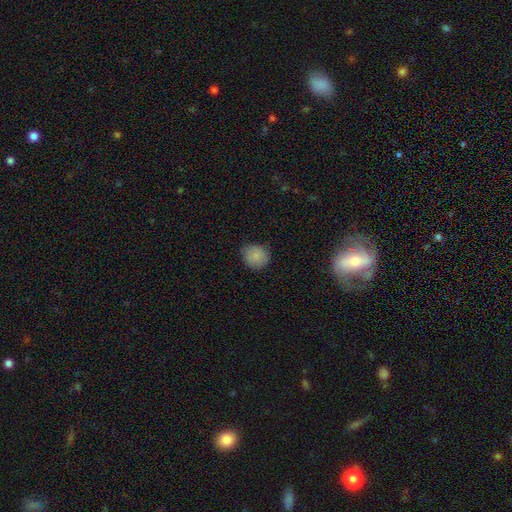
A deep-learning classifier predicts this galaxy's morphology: smooth_or_featured: smooth (p=0.86) [alt: star or artifact p=0.09]
how_rounded: round (p=0.83) [alt: in between p=0.16]
merging: none (p=0.80) [alt: minor disturbance p=0.16]